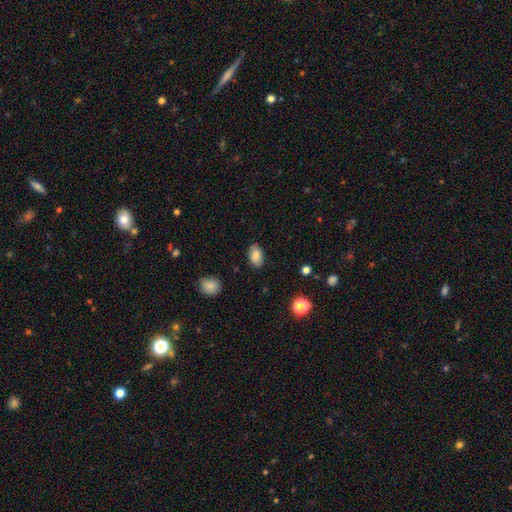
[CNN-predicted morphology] A smooth galaxy with no disk features (85%) that is in between round and cigar-shaped (91%).

Vote fractions:
- Smooth or featured? smooth: 85% / star or artifact: 8% / featured or disk: 7%
- How rounded? in between: 91% / round: 8% / cigar-shaped: 1%
- Merging? none: 85% / minor disturbance: 11% / major disturbance: 2% / merger: 1%